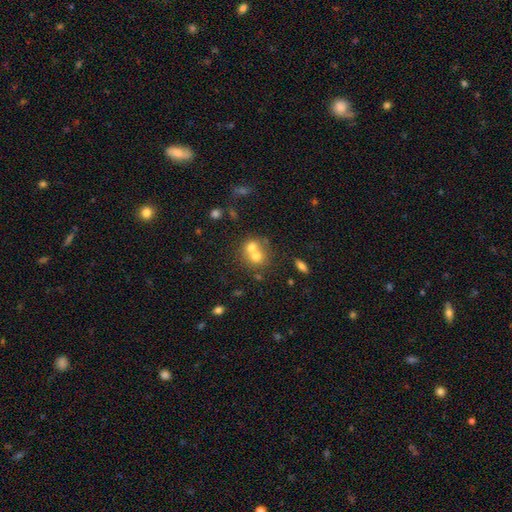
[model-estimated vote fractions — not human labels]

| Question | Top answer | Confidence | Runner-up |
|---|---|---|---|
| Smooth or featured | smooth | 66% | featured or disk (22%) |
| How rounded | round | 78% | in between (21%) |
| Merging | merger | 63% | none (29%) |